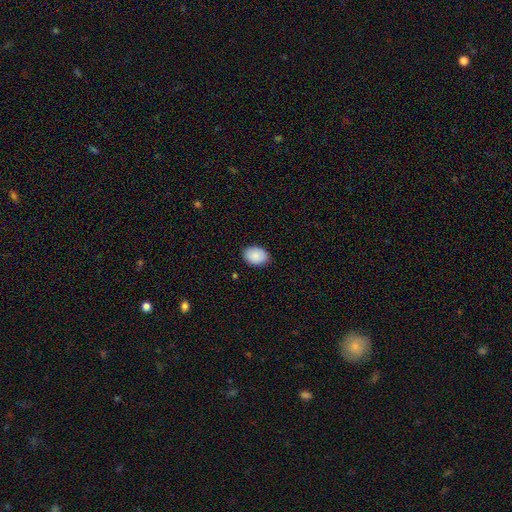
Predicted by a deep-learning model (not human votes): smooth 89%, star or artifact 6%, featured or disk 5%. Down the decision tree: how rounded — in between (77%); merging — none (87%).